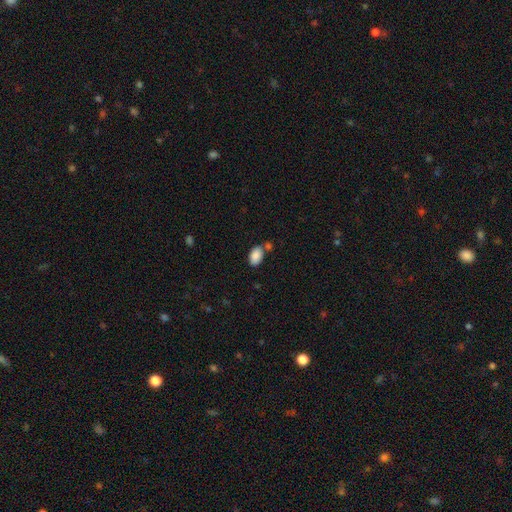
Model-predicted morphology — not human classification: This is clearly a smooth galaxy (88%). How rounded: clearly in between (92%). Merging: likely none (63%).